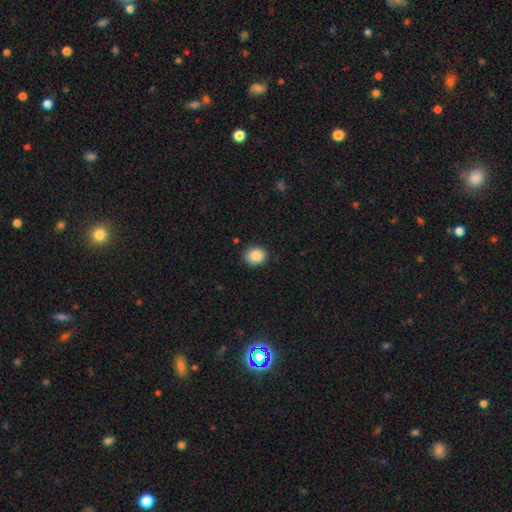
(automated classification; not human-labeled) This is clearly a smooth galaxy (88%). How rounded: likely round (65%). Merging: clearly none (87%).